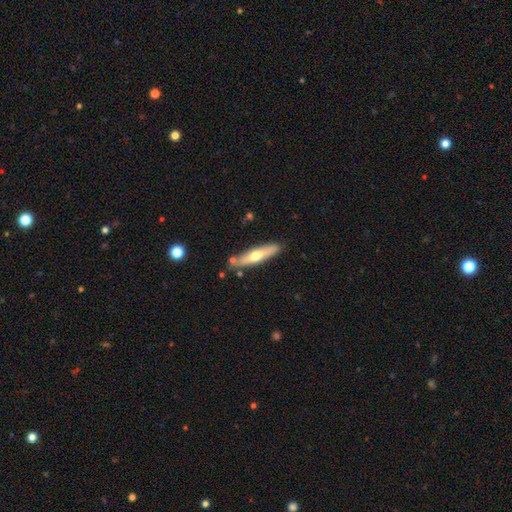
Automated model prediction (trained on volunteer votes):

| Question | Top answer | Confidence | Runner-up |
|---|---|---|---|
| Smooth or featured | smooth | 52% | featured or disk (42%) |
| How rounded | cigar-shaped | 80% | in between (19%) |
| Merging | none | 80% | minor disturbance (12%) |